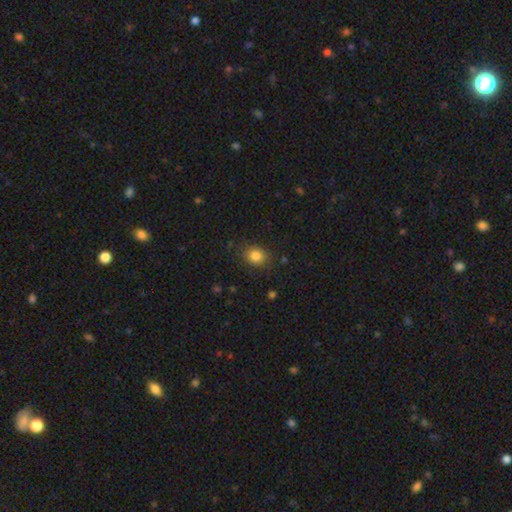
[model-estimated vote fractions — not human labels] Smooth or featured? Predicted: smooth (p=0.84). How rounded? Predicted: round (p=0.61). Merging? Predicted: none (p=0.81).